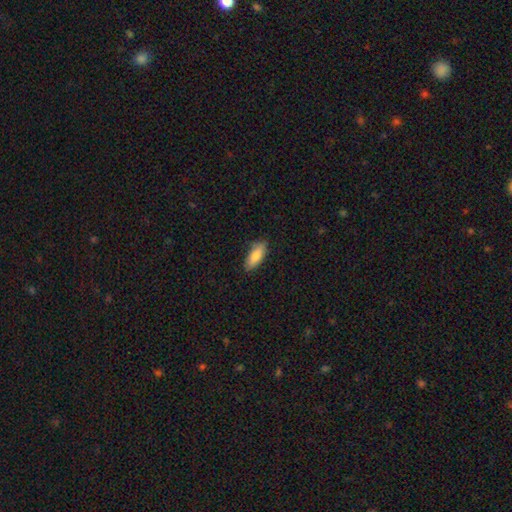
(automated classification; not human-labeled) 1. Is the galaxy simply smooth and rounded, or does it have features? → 82% smooth, 12% featured or disk, 6% star or artifact.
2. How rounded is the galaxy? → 74% in between, 24% cigar-shaped, 2% round.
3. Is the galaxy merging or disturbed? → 79% none, 17% minor disturbance, 3% major disturbance, 1% merger.